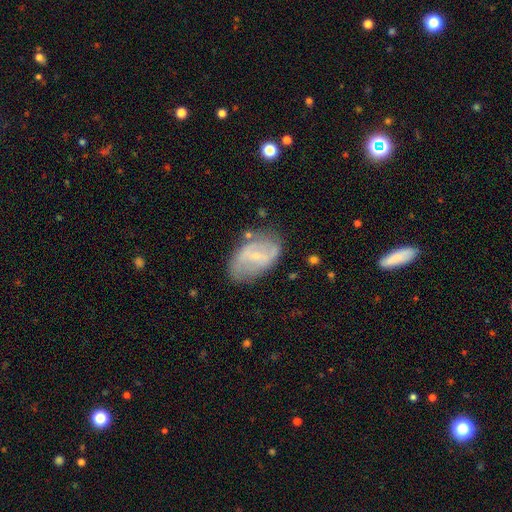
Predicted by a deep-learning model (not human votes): This is likely a featured or disk galaxy (67%). It is clearly not viewed edge-on (95%). Bar: possibly weak (49%). Spiral arm pattern: likely yes (72%). Central bulge: likely small (74%). Merging: likely none (63%).